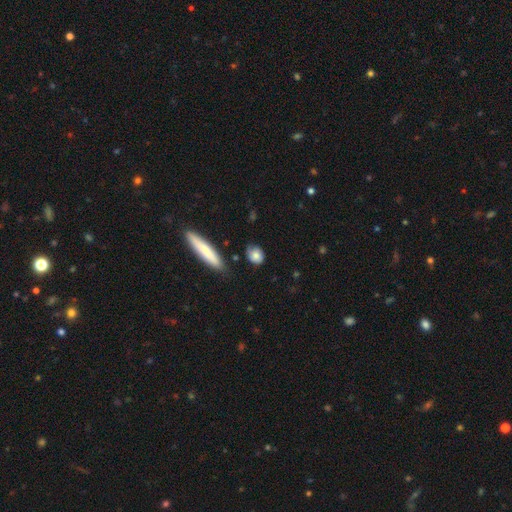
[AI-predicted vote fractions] Smooth or featured: smooth — 76% (featured or disk — 17%)
How rounded: round — 49% (in between — 44%)
Merging: none — 68% (minor disturbance — 23%)